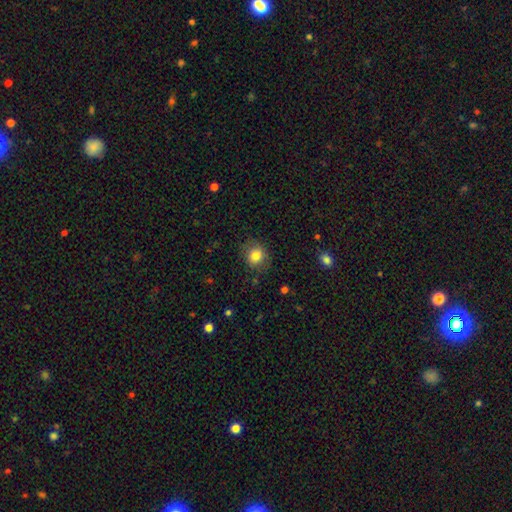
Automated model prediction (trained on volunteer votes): Overall: smooth (80%). How rounded: round (74%). Merging: none (79%).